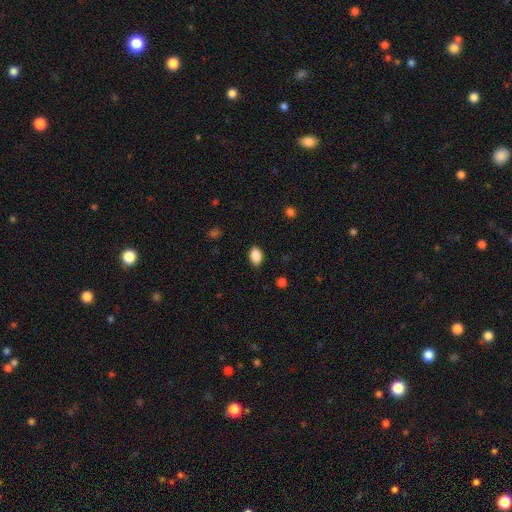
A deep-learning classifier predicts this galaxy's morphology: Smooth or featured? Predicted: smooth (p=0.88). How rounded? Predicted: in between (p=0.90). Merging? Predicted: none (p=0.85).